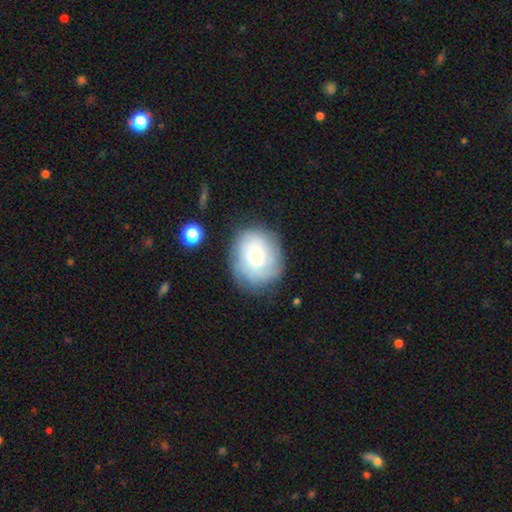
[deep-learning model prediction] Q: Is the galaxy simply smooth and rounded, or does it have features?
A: smooth — 48%.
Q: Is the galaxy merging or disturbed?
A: none — 73%.